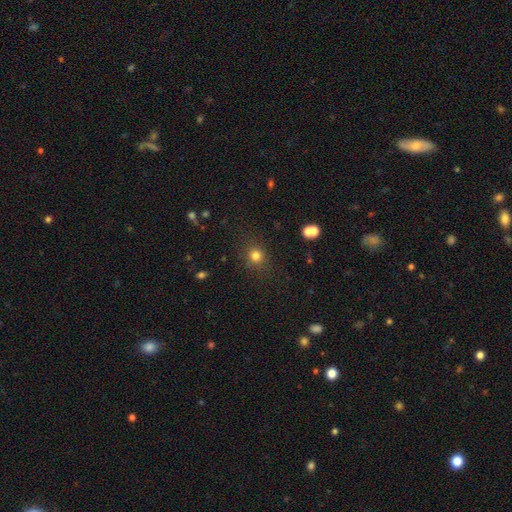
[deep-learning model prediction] The model was most divided on "smooth or featured": smooth: 79%, star or artifact: 15%, featured or disk: 6%. More confident: how rounded — round (86%); merging — none (84%).